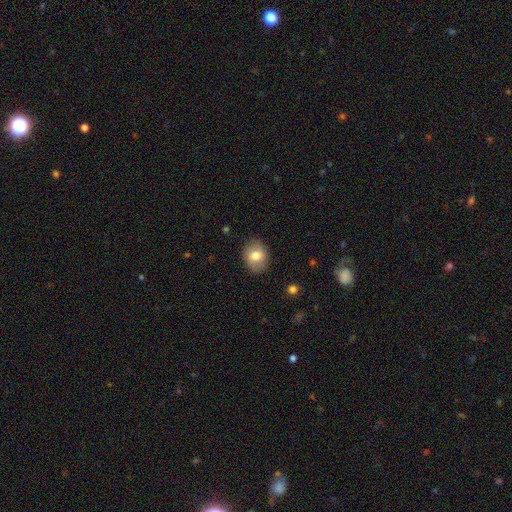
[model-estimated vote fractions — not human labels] Q: Smooth or featured?
A: smooth (75%); runner-up: featured or disk (17%)
Q: How rounded?
A: in between (54%); runner-up: round (45%)
Q: Merging?
A: none (86%); runner-up: minor disturbance (11%)